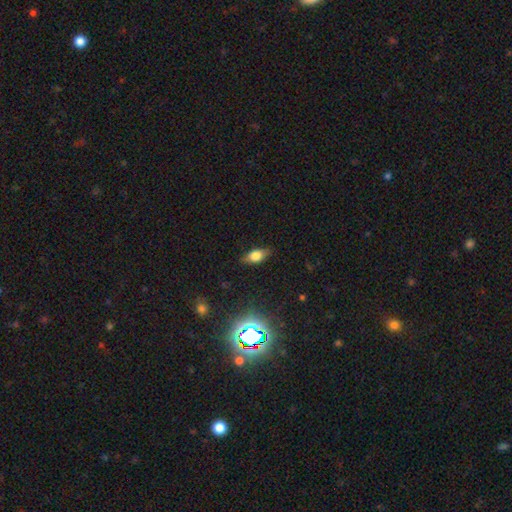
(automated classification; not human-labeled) Overall: smooth (69%). How rounded: in between (82%). Merging: none (81%).